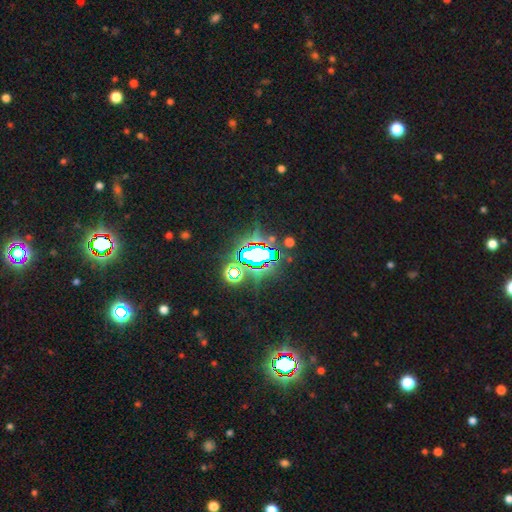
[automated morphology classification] Overall: star or artifact (76%).